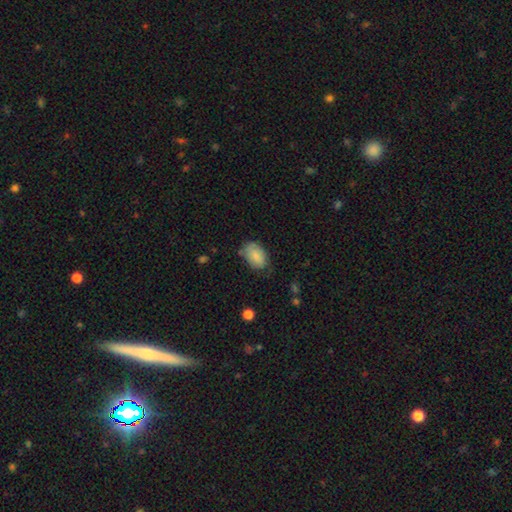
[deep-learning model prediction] Smooth or featured?
  - smooth: 82% *
  - featured or disk: 11%
  - star or artifact: 7%
How rounded?
  - in between: 89% *
  - round: 10%
  - cigar-shaped: 1%
Merging?
  - none: 63% *
  - minor disturbance: 28%
  - major disturbance: 7%
  - merger: 2%